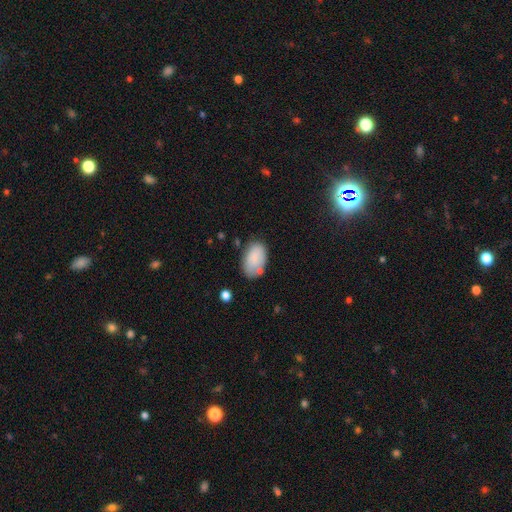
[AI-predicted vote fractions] The model was most divided on "merging": none: 67%, minor disturbance: 20%, merger: 7%, major disturbance: 6%. More confident: how rounded — in between (92%); smooth or featured — smooth (85%).